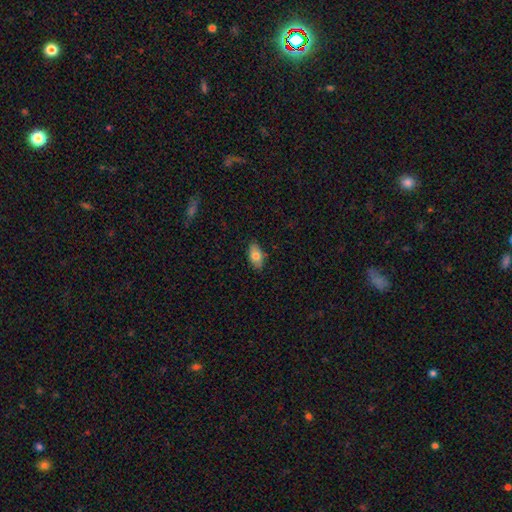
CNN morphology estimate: This appears to be a smooth galaxy with no disk features (75%) that is in between round and cigar-shaped (91%). Merging: none (85%).